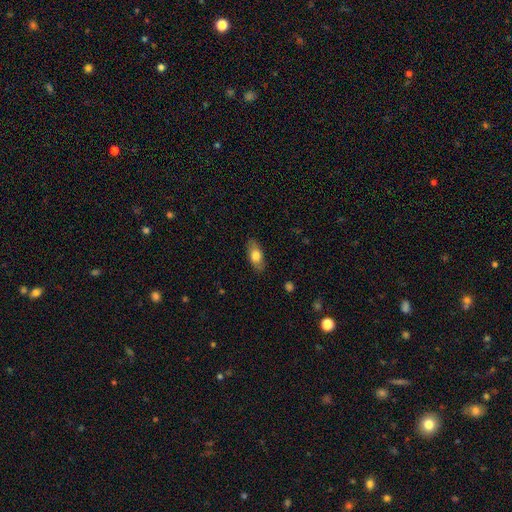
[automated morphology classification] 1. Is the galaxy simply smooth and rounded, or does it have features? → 72% smooth, 21% featured or disk, 6% star or artifact.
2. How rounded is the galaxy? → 85% in between, 11% cigar-shaped, 4% round.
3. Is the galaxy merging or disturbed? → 85% none, 12% minor disturbance, 3% major disturbance, 1% merger.